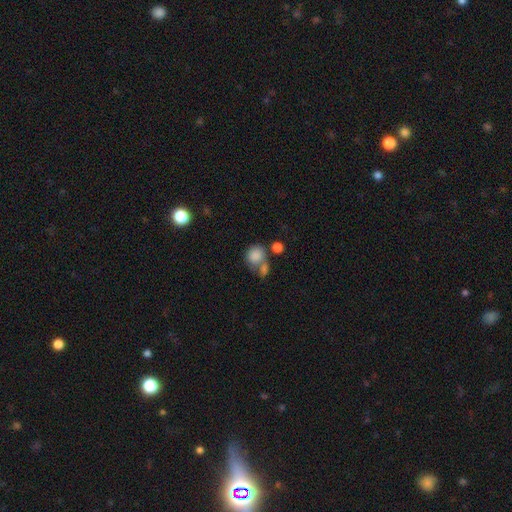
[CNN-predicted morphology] smooth-or-featured: smooth: 82% | star or artifact: 9% | featured or disk: 9%
  how-rounded: round: 73% | in between: 26% | cigar-shaped: 1%
  merging: merger: 43% | none: 38% | minor disturbance: 12% | major disturbance: 8%